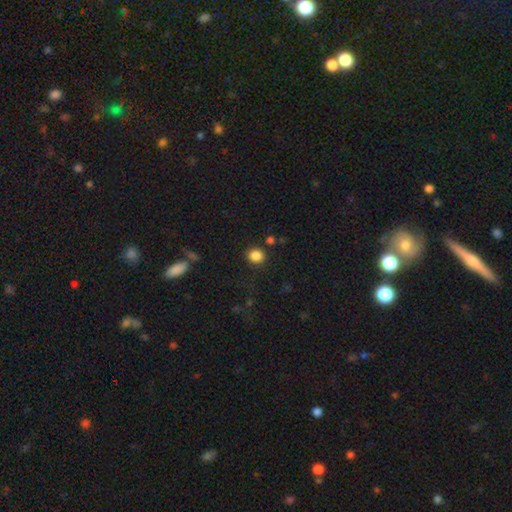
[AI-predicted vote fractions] The model was most divided on "how rounded": round: 76%, in between: 23%, cigar-shaped: 1%. More confident: merging — none (86%); smooth or featured — smooth (86%).